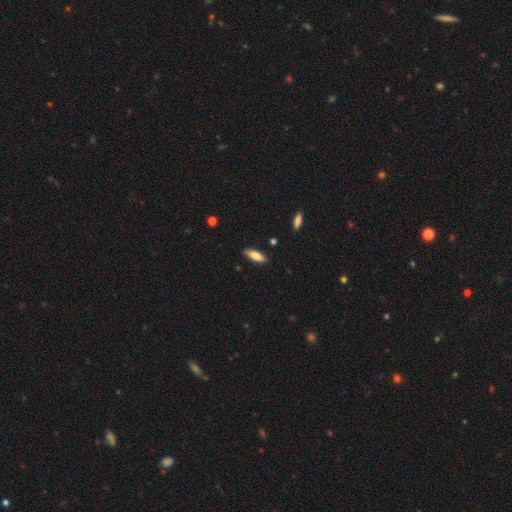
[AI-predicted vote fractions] smooth-or-featured: smooth: 83% | featured or disk: 11% | star or artifact: 6%
  how-rounded: in between: 60% | cigar-shaped: 38% | round: 2%
  merging: none: 87% | minor disturbance: 10% | major disturbance: 2% | merger: 1%